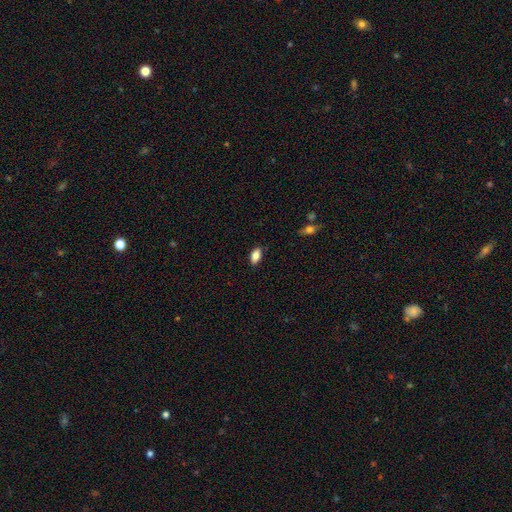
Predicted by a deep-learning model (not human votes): The model was most divided on "merging": none: 86%, minor disturbance: 11%, major disturbance: 2%, merger: 1%. More confident: how rounded — in between (90%); smooth or featured — smooth (84%).